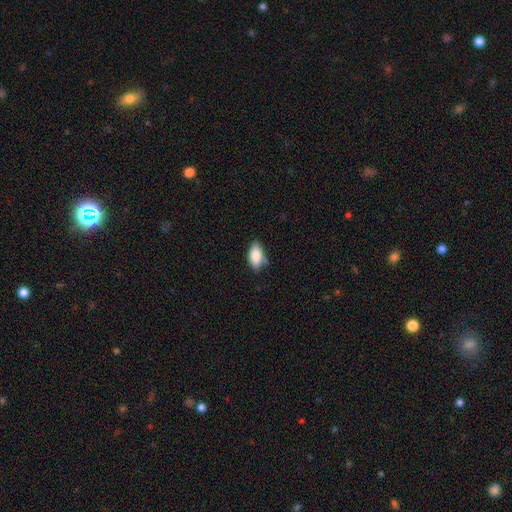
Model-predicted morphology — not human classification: smooth-or-featured: smooth: 82% | featured or disk: 10% | star or artifact: 7%
  how-rounded: in between: 91% | cigar-shaped: 5% | round: 4%
  merging: none: 63% | minor disturbance: 28% | major disturbance: 5% | merger: 4%